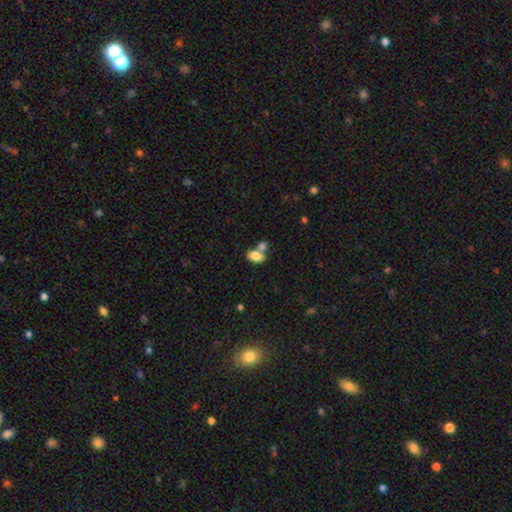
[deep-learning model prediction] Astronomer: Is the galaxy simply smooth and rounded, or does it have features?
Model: smooth — 83%.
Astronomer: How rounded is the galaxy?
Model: in between — 90%.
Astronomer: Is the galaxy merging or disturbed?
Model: none — 43%, tied with merger at 43%.